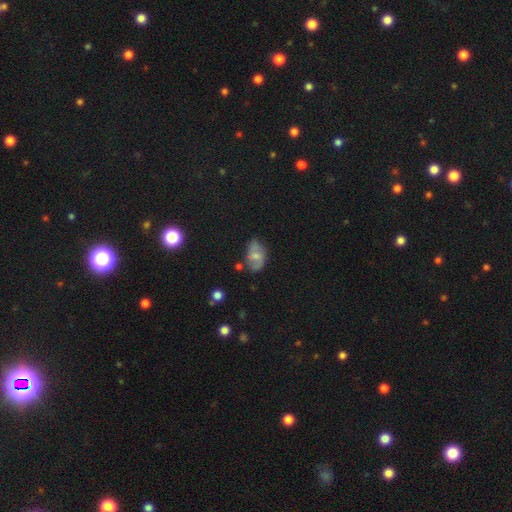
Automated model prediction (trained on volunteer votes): Smooth or featured?
  - featured or disk: 48% *
  - smooth: 42%
  - star or artifact: 9%
Merging?
  - none: 61% *
  - minor disturbance: 26%
  - major disturbance: 8%
  - merger: 5%